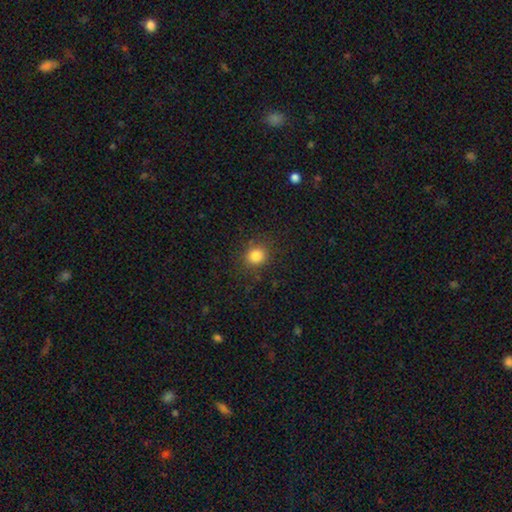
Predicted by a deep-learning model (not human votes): smooth_or_featured: smooth (p=0.83) [alt: star or artifact p=0.12]
how_rounded: round (p=0.79) [alt: in between p=0.20]
merging: none (p=0.85) [alt: minor disturbance p=0.10]